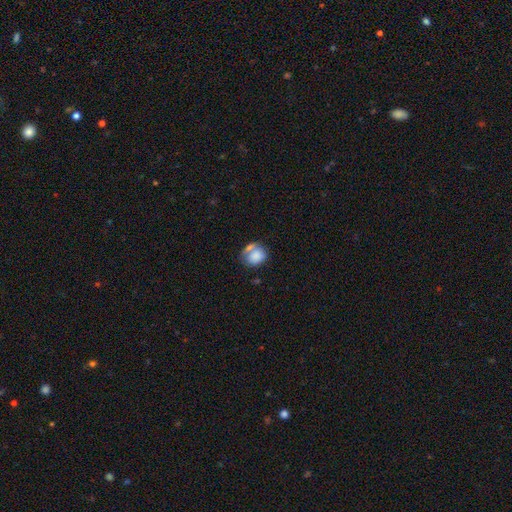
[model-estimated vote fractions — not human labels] Smooth or featured? smooth (77%)
How rounded? round (52%)
Merging? none (37%)